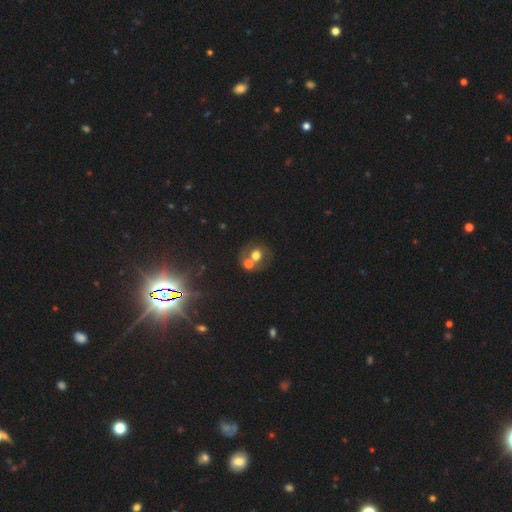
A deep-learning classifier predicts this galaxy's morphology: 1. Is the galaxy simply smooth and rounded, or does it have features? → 56% smooth, 30% featured or disk, 14% star or artifact.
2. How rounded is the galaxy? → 75% round, 24% in between, 1% cigar-shaped.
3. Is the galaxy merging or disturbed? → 44% none, 43% merger, 9% minor disturbance, 5% major disturbance.